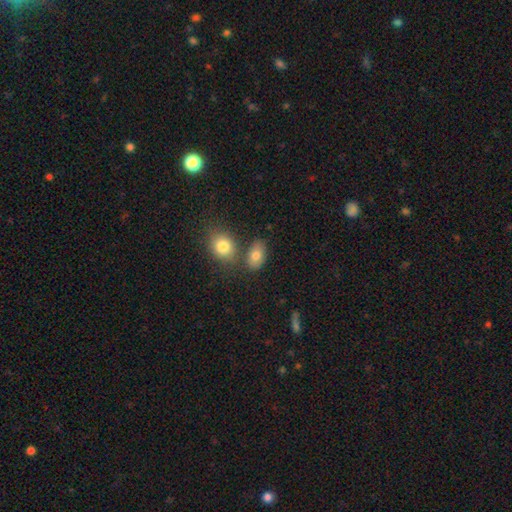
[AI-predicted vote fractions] Morphology: type=smooth (80%); roundness=in between (84%); merging=none (65%).